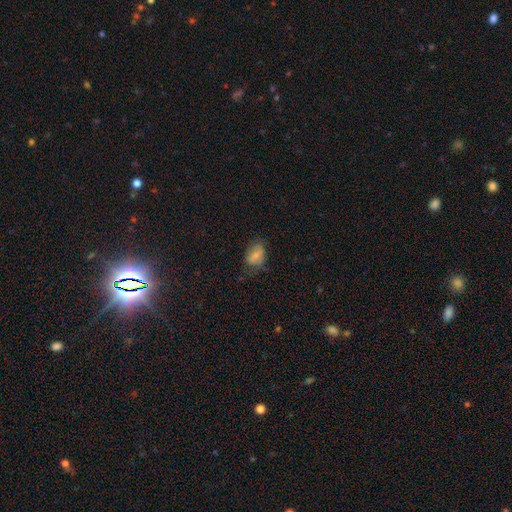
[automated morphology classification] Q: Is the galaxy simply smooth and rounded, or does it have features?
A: smooth — 64%.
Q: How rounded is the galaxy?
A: in between — 72%.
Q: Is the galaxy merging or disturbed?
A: none — 60%.